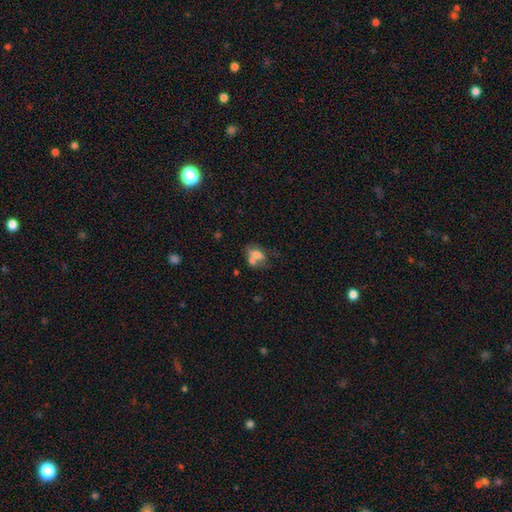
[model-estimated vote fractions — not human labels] A smooth galaxy with no disk features (65%) that is in between round and cigar-shaped (79%). Merging: merger (46%).